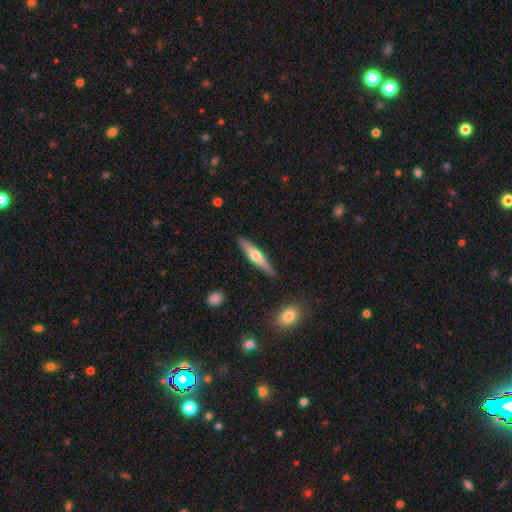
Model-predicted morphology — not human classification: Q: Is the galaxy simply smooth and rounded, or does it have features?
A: featured or disk — 50%.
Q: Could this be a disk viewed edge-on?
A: yes — 94%.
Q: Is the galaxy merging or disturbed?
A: none — 87%.